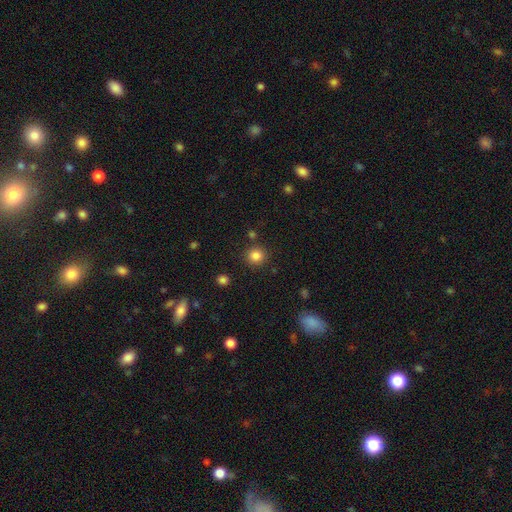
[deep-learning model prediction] The model was most divided on "smooth or featured": smooth: 84%, star or artifact: 12%, featured or disk: 4%. More confident: how rounded — round (91%); merging — none (86%).